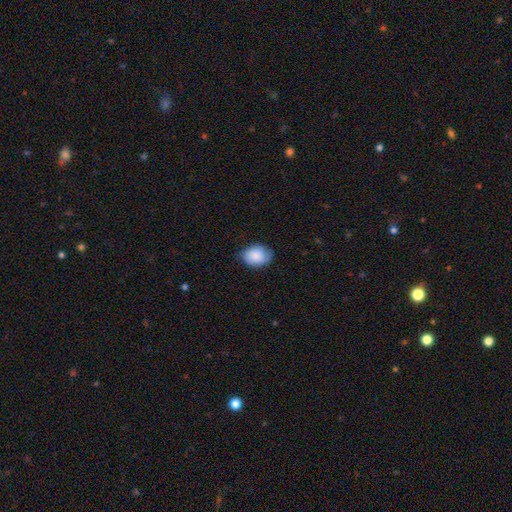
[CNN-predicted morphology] smooth-or-featured: smooth: 85% | featured or disk: 8% | star or artifact: 7%
  how-rounded: in between: 63% | round: 36% | cigar-shaped: 1%
  merging: none: 71% | minor disturbance: 24% | major disturbance: 4% | merger: 1%